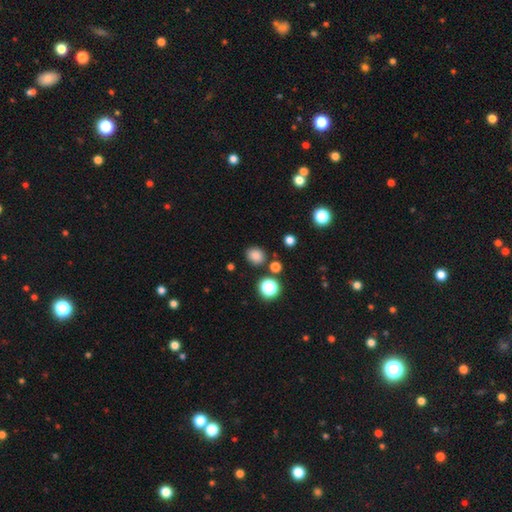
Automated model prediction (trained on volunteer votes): The model was most divided on "how rounded": round: 73%, in between: 26%, cigar-shaped: 1%. More confident: merging — none (83%); smooth or featured — smooth (81%).